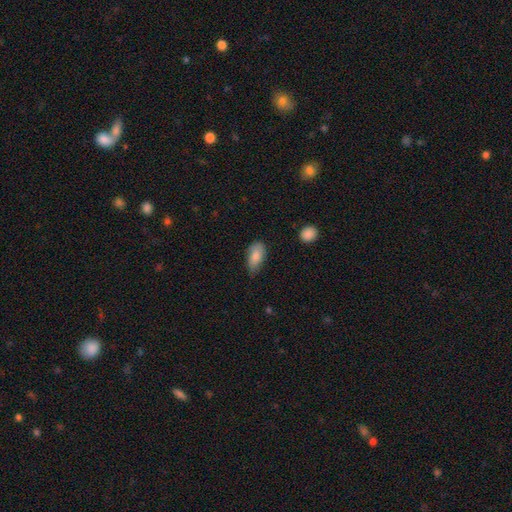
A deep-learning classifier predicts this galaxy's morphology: smooth_or_featured: smooth (p=0.84) [alt: featured or disk p=0.09]
how_rounded: in between (p=0.91) [alt: cigar-shaped p=0.06]
merging: none (p=0.64) [alt: minor disturbance p=0.30]